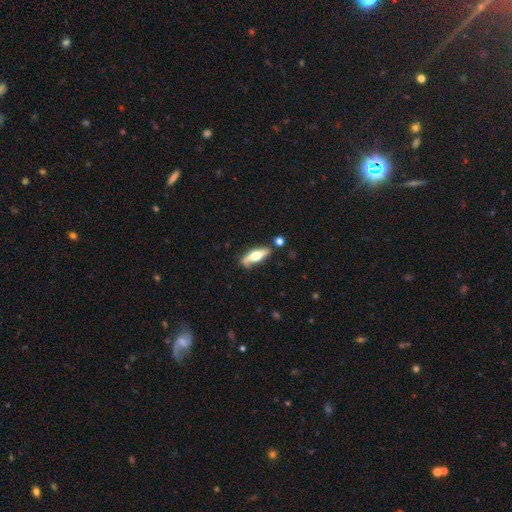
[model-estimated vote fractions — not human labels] featured or disk 51%, smooth 43%, star or artifact 6%. Down the decision tree: edge-on disk — yes (83%); merging — none (73%).